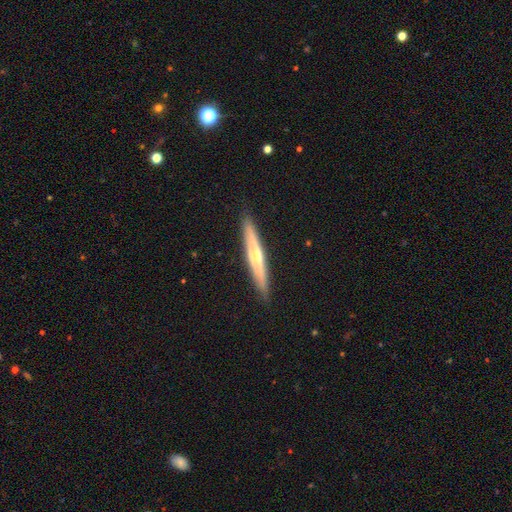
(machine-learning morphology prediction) Overall: featured or disk (60%; smooth 34%). Edge-on disk: yes (95%). Edge-on bulge: rounded (75%). Merging: none (91%).